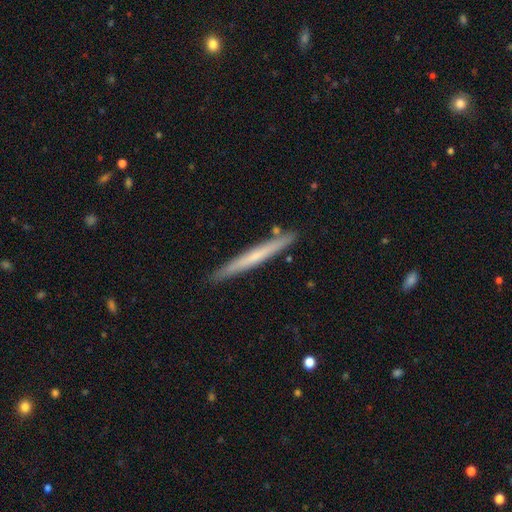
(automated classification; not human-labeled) Smooth or featured: smooth — 47% (tied with featured or disk — 47%)
Merging: none — 89% (minor disturbance — 8%)